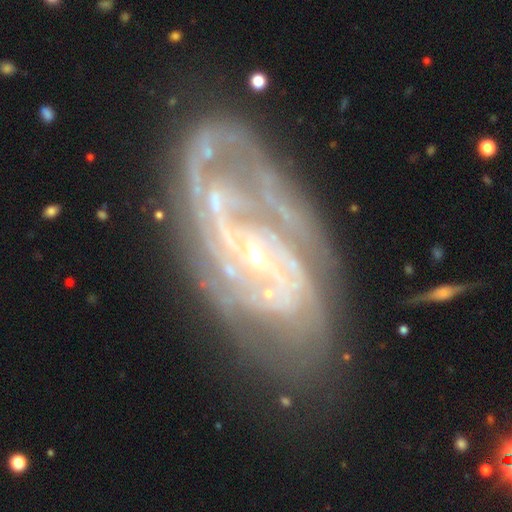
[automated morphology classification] Smooth or featured?
  - featured or disk: 88% *
  - star or artifact: 7%
  - smooth: 6%
Edge-on disk?
  - no: 95% *
  - yes: 5%
Bar?
  - no: 41% *
  - weak: 35%
  - strong: 23%
Spiral arms?
  - yes: 95% *
  - no: 5%
Spiral winding?
  - tight: 46% *
  - medium: 42%
  - loose: 12%
Spiral arm count?
  - 2: 44% *
  - can't tell: 18%
  - 3: 18%
  - 4: 7%
  - 1: 6%
  - more than 4: 6%
Bulge size?
  - small: 79% *
  - moderate: 16%
  - none: 2%
  - large: 1%
  - dominant: 1%
Merging?
  - none: 63% *
  - minor disturbance: 20%
  - major disturbance: 13%
  - merger: 4%